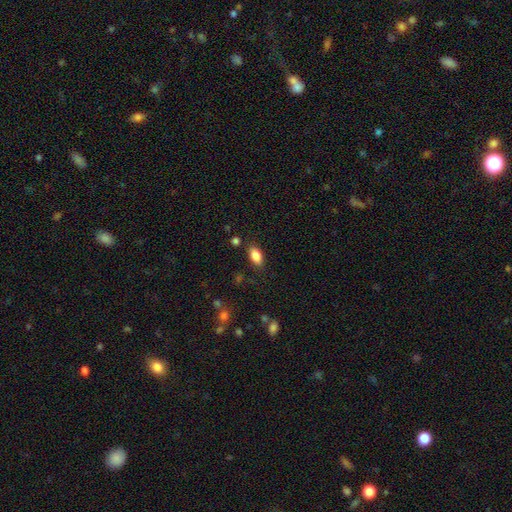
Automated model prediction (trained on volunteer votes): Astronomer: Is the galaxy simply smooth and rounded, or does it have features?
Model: smooth — 85%.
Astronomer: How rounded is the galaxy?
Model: in between — 90%.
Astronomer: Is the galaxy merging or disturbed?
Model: none — 82%.